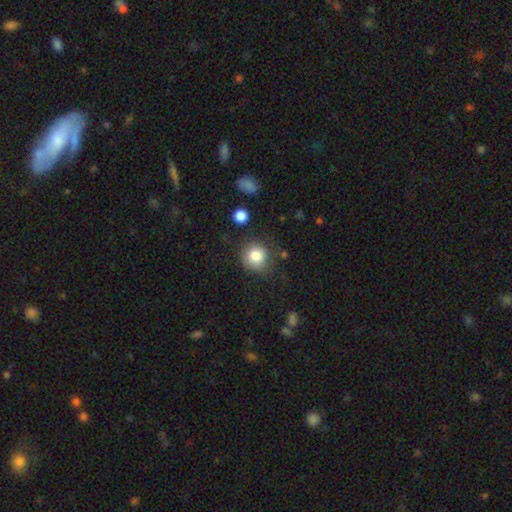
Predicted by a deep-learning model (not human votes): A smooth galaxy with no disk features (83%) that is round (91%).

Vote fractions:
- Smooth or featured? smooth: 83% / star or artifact: 10% / featured or disk: 7%
- How rounded? round: 91% / in between: 8% / cigar-shaped: 1%
- Merging? none: 80% / minor disturbance: 13% / major disturbance: 4% / merger: 3%